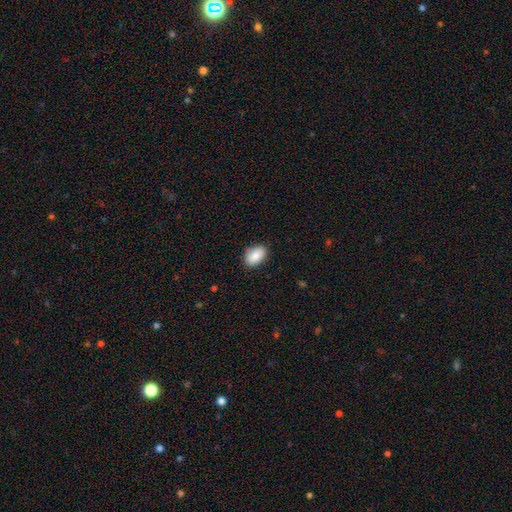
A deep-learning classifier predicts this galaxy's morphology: This is clearly a smooth galaxy (86%). How rounded: clearly in between (86%). Merging: clearly none (85%).